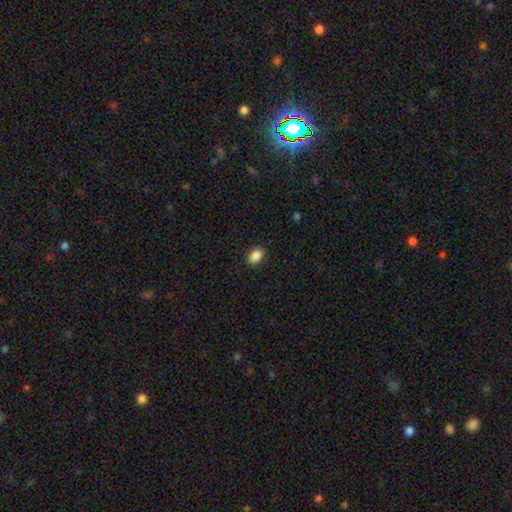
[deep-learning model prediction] smooth 88%, star or artifact 9%, featured or disk 3%. Down the decision tree: how rounded — in between (80%); merging — none (89%).